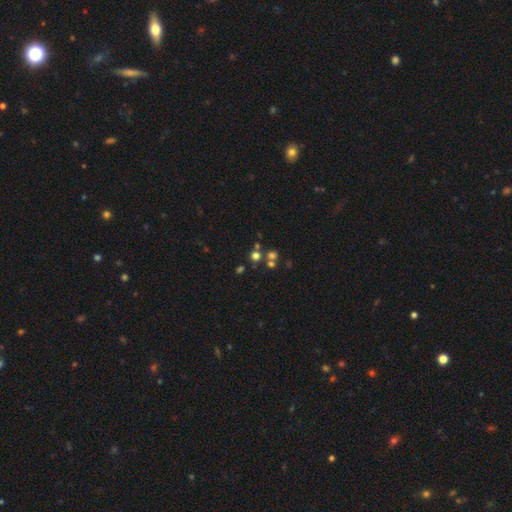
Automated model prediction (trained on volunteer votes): Smooth or featured? smooth (58%)
How rounded? round (89%)
Merging? none (63%)